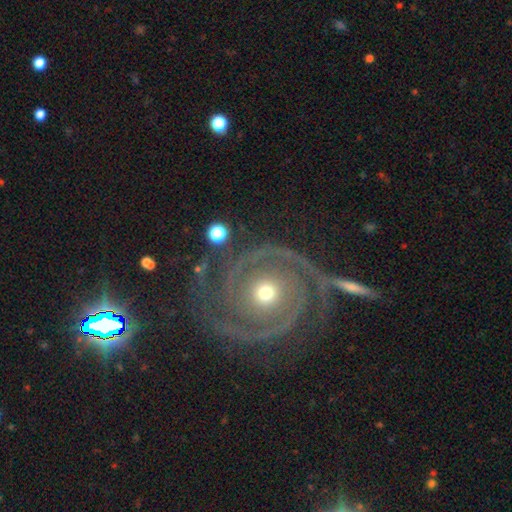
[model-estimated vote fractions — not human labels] smooth_or_featured: featured or disk (p=0.91) [alt: star or artifact p=0.05]
disk_edge_on: no (p=0.98) [alt: yes p=0.02]
bar: no (p=0.76) [alt: weak p=0.15]
has_spiral_arms: yes (p=0.98) [alt: no p=0.02]
spiral_winding: tight (p=0.76) [alt: medium p=0.21]
spiral_arm_count: 2 (p=0.82) [alt: 3 p=0.07]
bulge_size: moderate (p=0.59) [alt: small p=0.37]
merging: none (p=0.76) [alt: minor disturbance p=0.13]